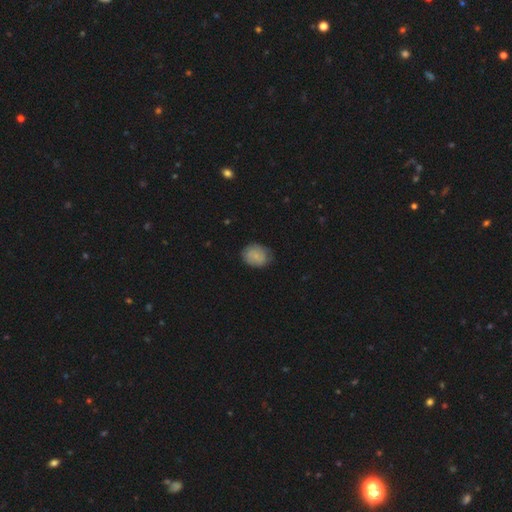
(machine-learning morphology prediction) smooth 75%, featured or disk 17%, star or artifact 8%. Down the decision tree: how rounded — round (53%); merging — none (72%).